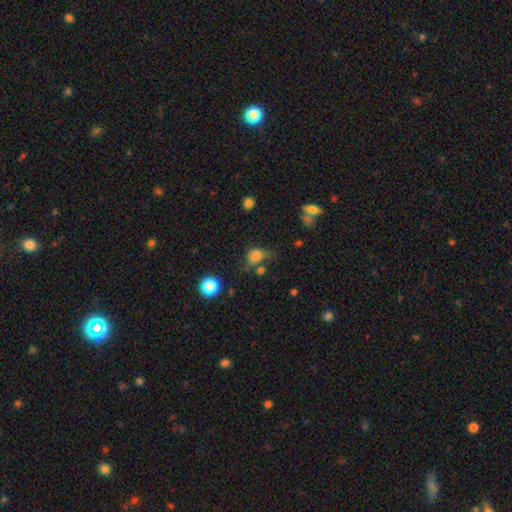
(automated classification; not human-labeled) Smooth or featured?
  - smooth: 76% *
  - star or artifact: 14%
  - featured or disk: 10%
How rounded?
  - in between: 51% *
  - round: 47%
  - cigar-shaped: 2%
Merging?
  - none: 42% *
  - minor disturbance: 30%
  - major disturbance: 18%
  - merger: 10%